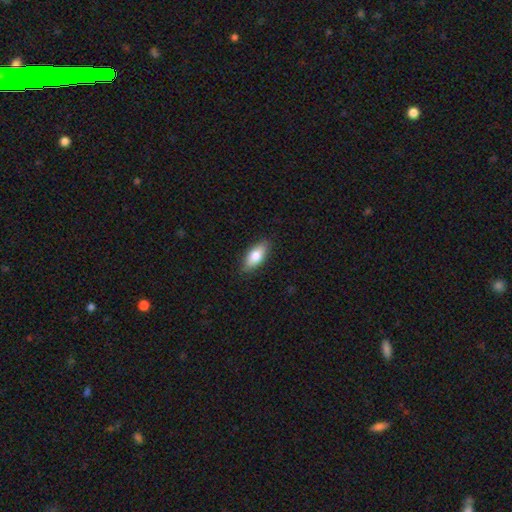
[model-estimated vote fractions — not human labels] smooth_or_featured: smooth (p=0.75) [alt: featured or disk p=0.19]
how_rounded: in between (p=0.82) [alt: cigar-shaped p=0.15]
merging: none (p=0.86) [alt: minor disturbance p=0.11]